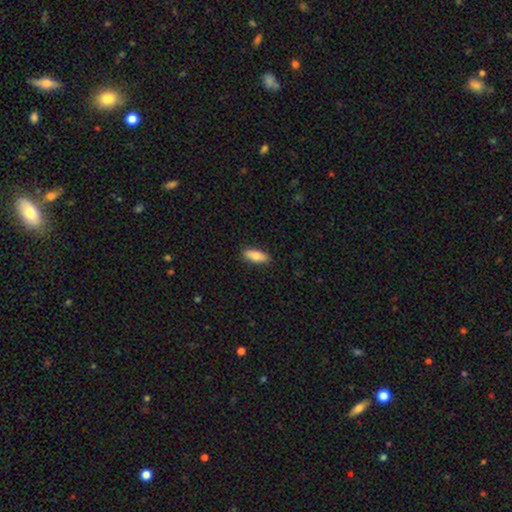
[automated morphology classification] Smooth or featured? Predicted: smooth (p=0.80). How rounded? Predicted: in between (p=0.76). Merging? Predicted: none (p=0.87).